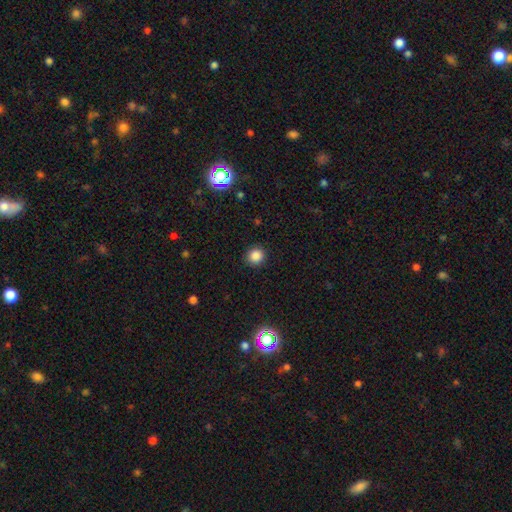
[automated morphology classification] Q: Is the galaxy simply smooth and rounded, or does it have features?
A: smooth — 85%.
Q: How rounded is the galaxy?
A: round — 92%.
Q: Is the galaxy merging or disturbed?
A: none — 91%.